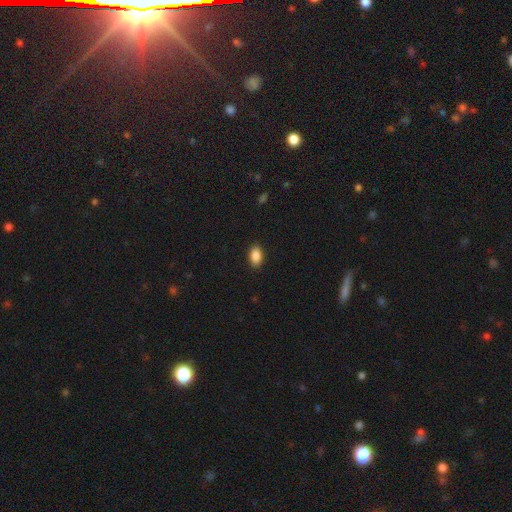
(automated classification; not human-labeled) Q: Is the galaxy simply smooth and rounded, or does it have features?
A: smooth — 88%.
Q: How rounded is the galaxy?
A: in between — 91%.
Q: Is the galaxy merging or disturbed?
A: none — 89%.